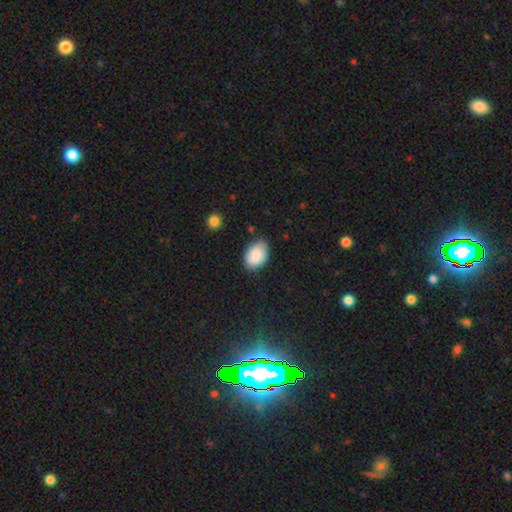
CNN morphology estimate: Smooth or featured? smooth (84%)
How rounded? in between (87%)
Merging? none (76%)